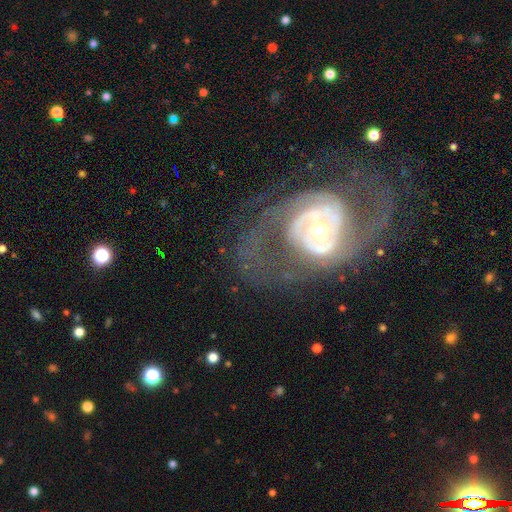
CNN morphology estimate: type=featured or disk (85%); edge-on=no (96%); bar=no (49%); spiral arms=yes (86%); winding=medium (44%); arm count=2 (74%); bulge=small (46%); merging=none (67%).